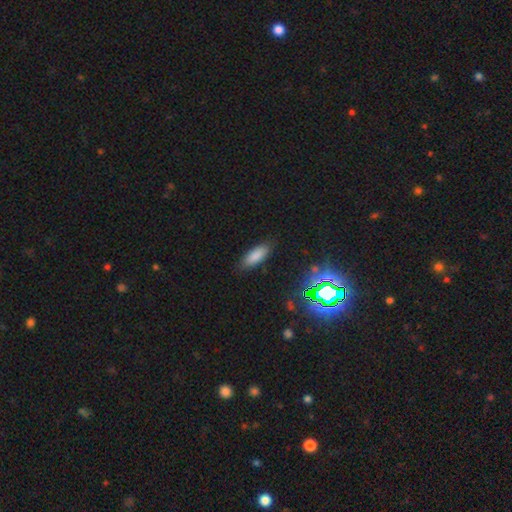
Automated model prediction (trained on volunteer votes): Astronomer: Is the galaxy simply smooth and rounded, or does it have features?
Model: smooth — 82%.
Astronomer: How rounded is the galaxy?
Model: in between — 74%.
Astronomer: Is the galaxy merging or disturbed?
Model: none — 85%.